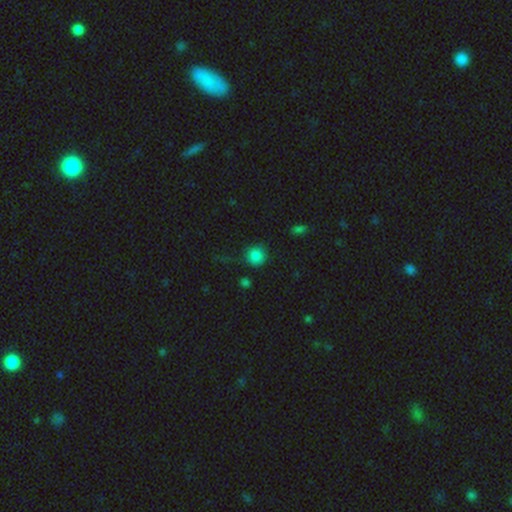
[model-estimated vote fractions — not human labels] Smooth or featured? Predicted: smooth (p=0.83). How rounded? Predicted: round (p=0.91). Merging? Predicted: none (p=0.76).